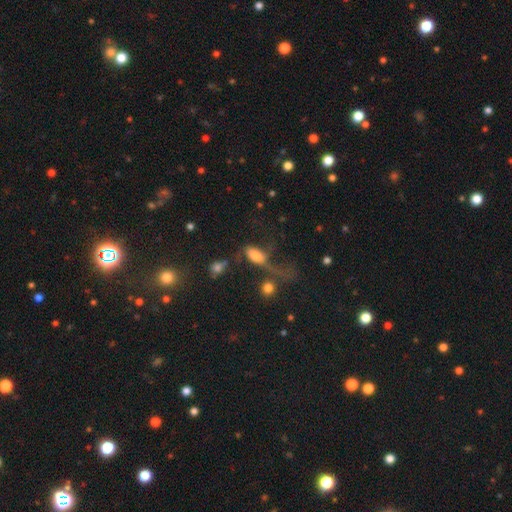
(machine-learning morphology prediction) A smooth galaxy with no disk features (63%) that is in between round and cigar-shaped (82%).

Vote fractions:
- Smooth or featured? smooth: 63% / featured or disk: 26% / star or artifact: 11%
- How rounded? in between: 82% / cigar-shaped: 10% / round: 7%
- Merging? major disturbance: 45% / none: 21% / merger: 19% / minor disturbance: 15%